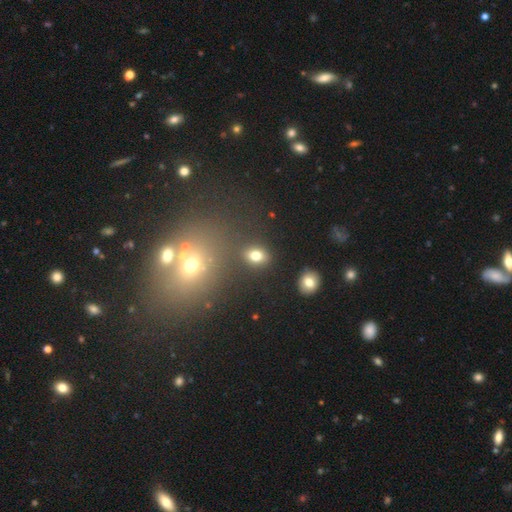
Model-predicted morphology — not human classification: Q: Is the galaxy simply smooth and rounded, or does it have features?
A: smooth — 77%.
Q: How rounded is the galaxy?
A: in between — 63%.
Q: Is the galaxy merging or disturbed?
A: none — 83%.